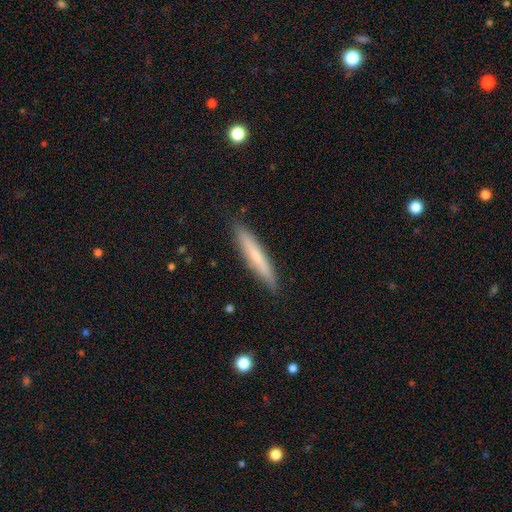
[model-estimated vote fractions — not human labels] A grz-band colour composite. It shows a smooth galaxy with no disk features (65%) that is cigar-shaped (93%). Merging: none (89%).